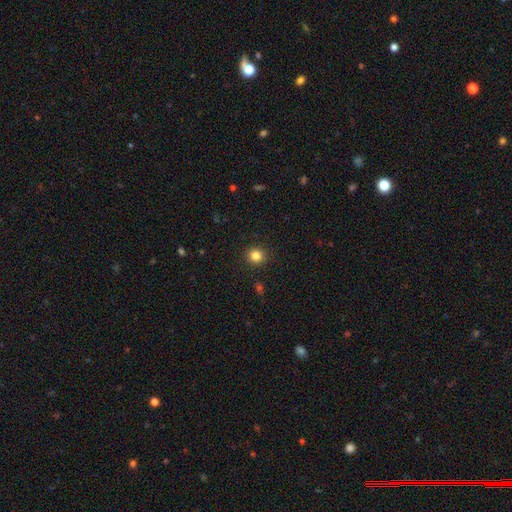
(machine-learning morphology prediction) Smooth or featured: smooth — 83% (star or artifact — 12%)
How rounded: round — 91% (in between — 8%)
Merging: none — 91% (minor disturbance — 6%)